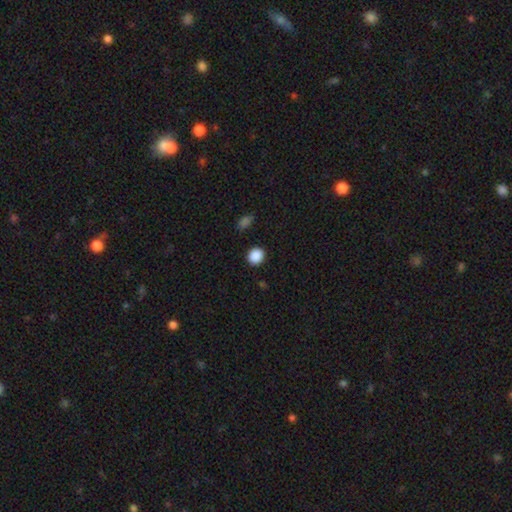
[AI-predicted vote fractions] Overall: smooth (89%). How rounded: round (79%). Merging: none (90%).